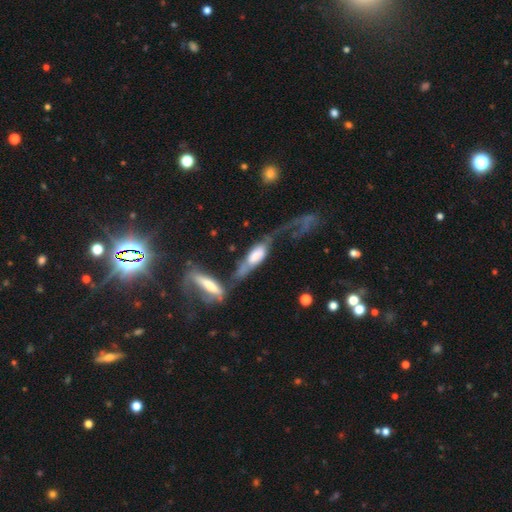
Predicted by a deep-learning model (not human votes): This appears to be a featured or disk galaxy (46%, tied with smooth). Merging: merger (43%).